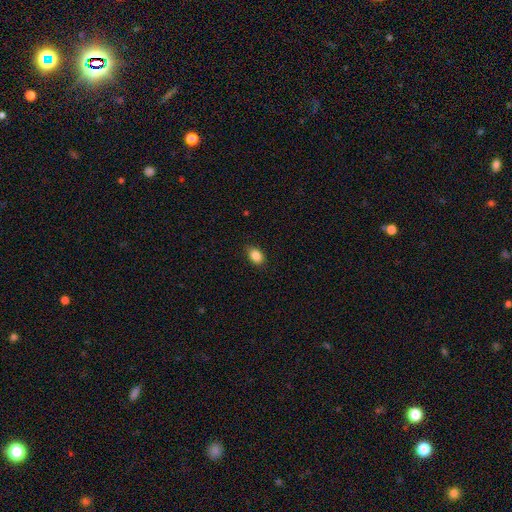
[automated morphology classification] Overall: smooth (87%). How rounded: in between (78%). Merging: none (85%).